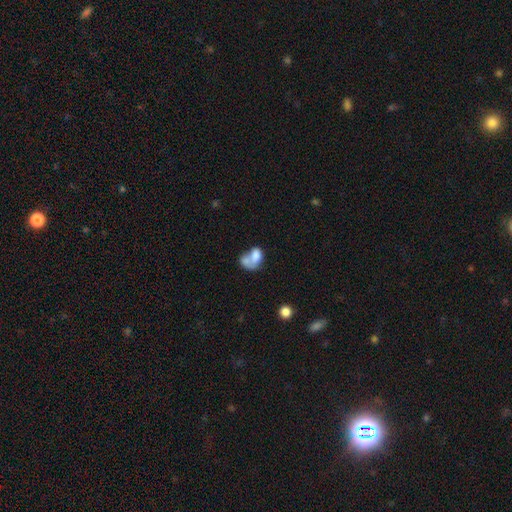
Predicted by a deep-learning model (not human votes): A smooth galaxy with no disk features (66%) that is in between round and cigar-shaped (78%).

Vote fractions:
- Smooth or featured? smooth: 66% / featured or disk: 25% / star or artifact: 9%
- How rounded? in between: 78% / round: 20% / cigar-shaped: 1%
- Merging? merger: 59% / none: 17% / major disturbance: 14% / minor disturbance: 10%